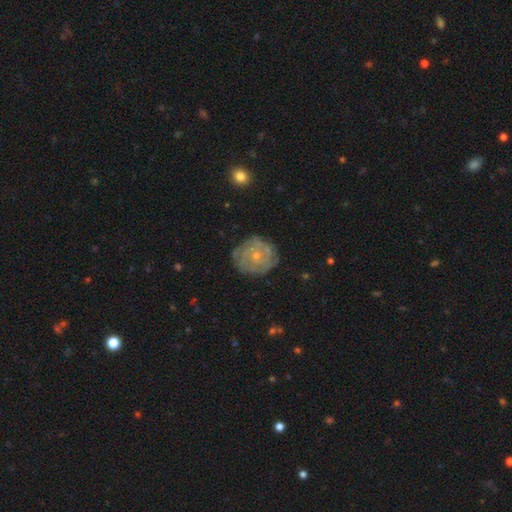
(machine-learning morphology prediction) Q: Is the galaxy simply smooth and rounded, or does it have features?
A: featured or disk — 75%.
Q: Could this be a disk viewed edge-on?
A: no — 98%.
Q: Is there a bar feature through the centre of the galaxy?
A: no — 80%.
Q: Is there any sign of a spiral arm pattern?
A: yes — 87%.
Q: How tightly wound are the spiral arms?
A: tight — 74%.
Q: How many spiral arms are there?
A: can't tell — 46%.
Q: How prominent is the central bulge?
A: small — 76%.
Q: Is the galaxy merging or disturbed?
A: none — 77%.